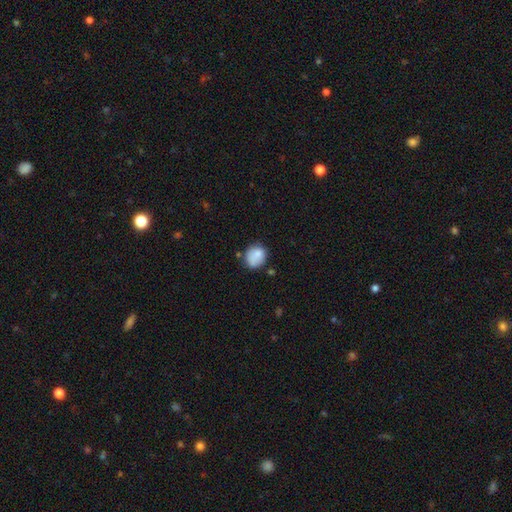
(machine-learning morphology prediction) A smooth galaxy with no disk features (80%) that is round (69%). Merging: none (59%).